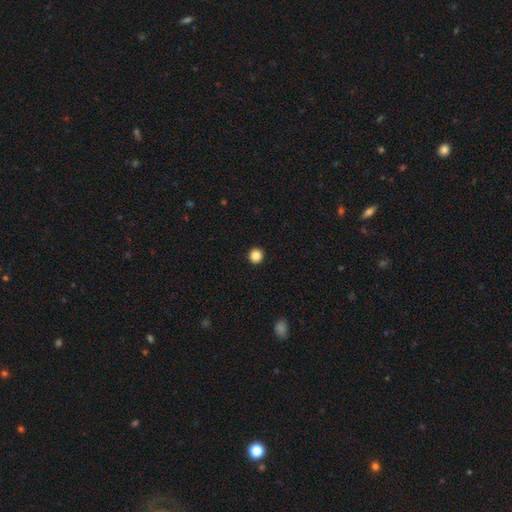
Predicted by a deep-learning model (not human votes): Smooth or featured: smooth — 86% (star or artifact — 10%)
How rounded: round — 95% (in between — 4%)
Merging: none — 94% (minor disturbance — 4%)